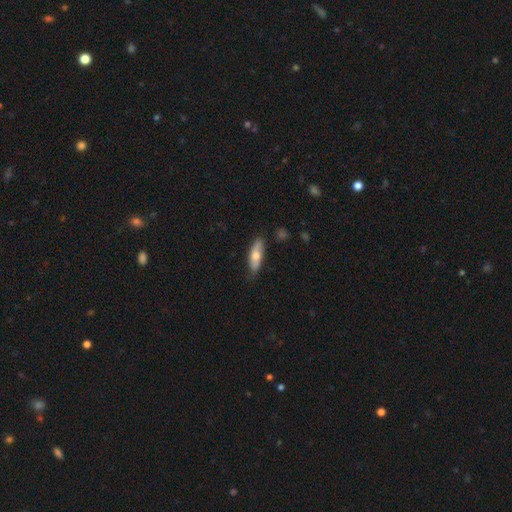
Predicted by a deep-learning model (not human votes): A smooth galaxy with no disk features (60%) that is in between round and cigar-shaped (55%).

Vote fractions:
- Smooth or featured? smooth: 60% / featured or disk: 34% / star or artifact: 6%
- How rounded? in between: 55% / cigar-shaped: 42% / round: 3%
- Merging? none: 78% / minor disturbance: 17% / major disturbance: 3% / merger: 2%